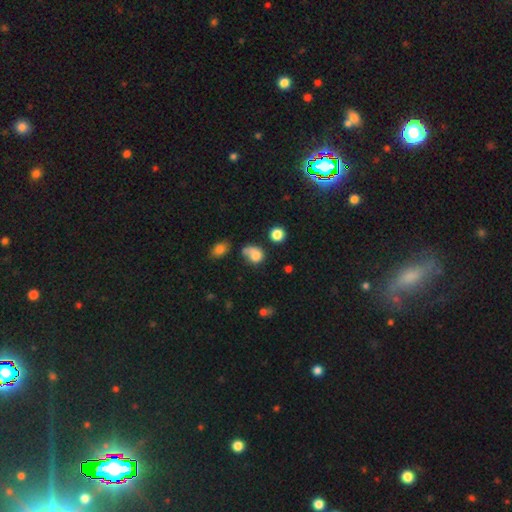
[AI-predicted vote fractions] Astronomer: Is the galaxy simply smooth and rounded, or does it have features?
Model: smooth — 76%.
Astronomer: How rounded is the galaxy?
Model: round — 50% (runner-up: in between, 48%).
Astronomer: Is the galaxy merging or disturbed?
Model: none — 34% (runner-up: minor disturbance, 24%).